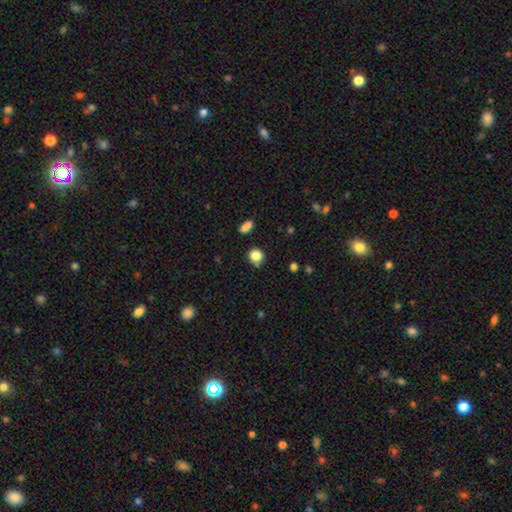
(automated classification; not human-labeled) smooth_or_featured: smooth (p=0.84) [alt: star or artifact p=0.11]
how_rounded: round (p=0.82) [alt: in between p=0.17]
merging: none (p=0.75) [alt: minor disturbance p=0.15]